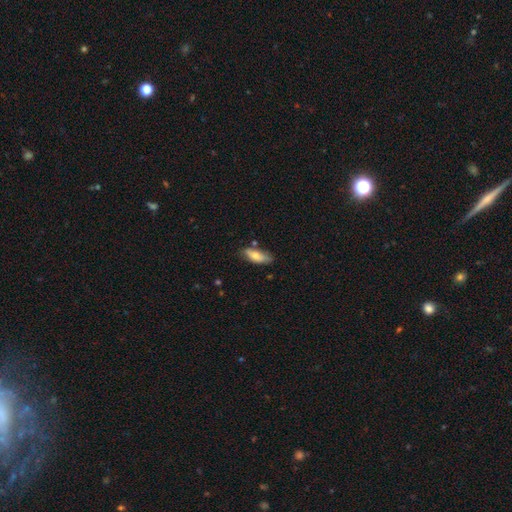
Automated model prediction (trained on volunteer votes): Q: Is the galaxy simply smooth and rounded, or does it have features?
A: smooth — 69%.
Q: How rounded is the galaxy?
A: in between — 74%.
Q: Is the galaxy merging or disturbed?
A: none — 70%.